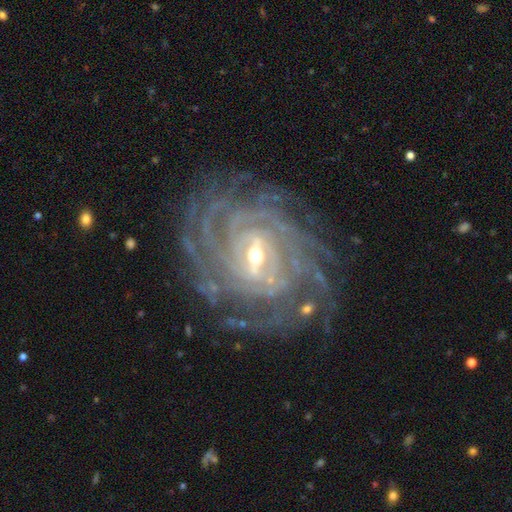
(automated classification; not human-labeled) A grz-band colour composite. It shows a featured or disk galaxy (92%) with a strong bar (44%), more than 4 (31%) tight (83%) spiral arms (98%) and a small central bulge (54%). Merging: none (78%).